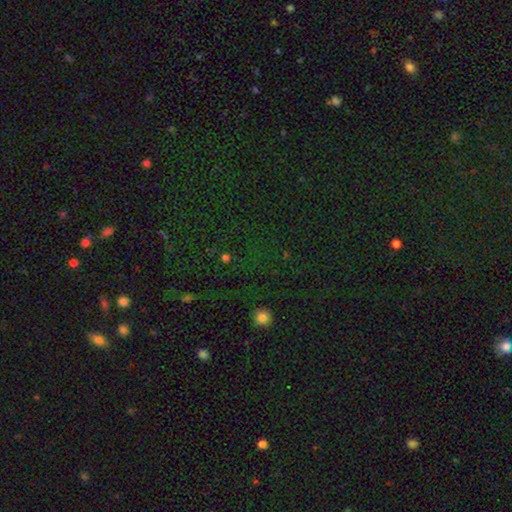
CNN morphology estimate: type=star or artifact (70%).